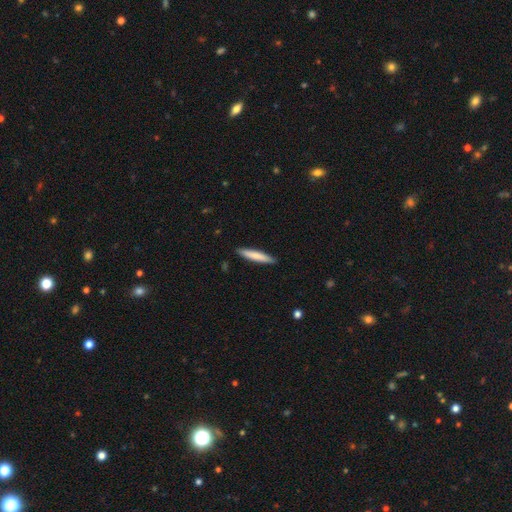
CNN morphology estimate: Smooth or featured? smooth (76%)
How rounded? cigar-shaped (92%)
Merging? none (90%)